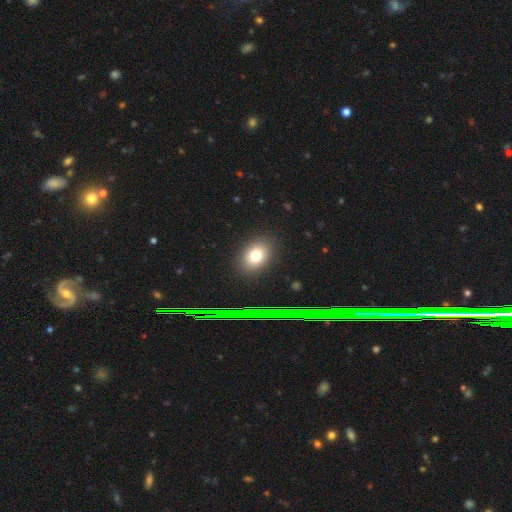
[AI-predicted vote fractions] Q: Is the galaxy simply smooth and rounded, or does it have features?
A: smooth — 75%.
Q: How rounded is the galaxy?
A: in between — 59%.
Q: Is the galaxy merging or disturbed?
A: none — 89%.